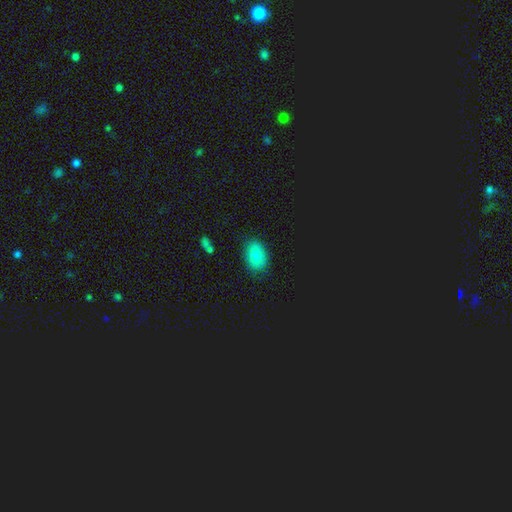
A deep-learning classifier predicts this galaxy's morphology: This is likely a smooth galaxy (78%). How rounded: clearly in between (83%). Merging: clearly none (81%).